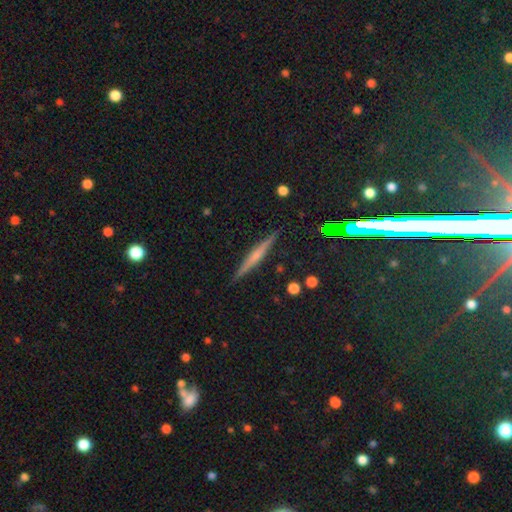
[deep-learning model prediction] Smooth or featured? featured or disk (54%)
Edge-on disk? yes (97%)
Edge-on bulge? none (45%)
Merging? none (90%)